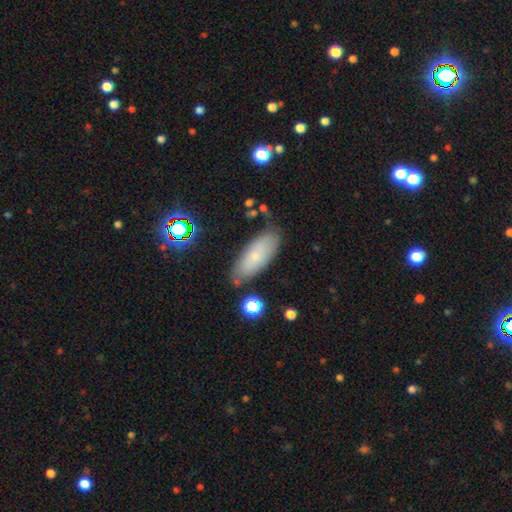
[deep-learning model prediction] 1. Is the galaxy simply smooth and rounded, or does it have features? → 71% smooth, 20% featured or disk, 9% star or artifact.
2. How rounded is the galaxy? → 75% in between, 23% cigar-shaped, 2% round.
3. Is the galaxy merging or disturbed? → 76% none, 17% minor disturbance, 4% major disturbance, 3% merger.